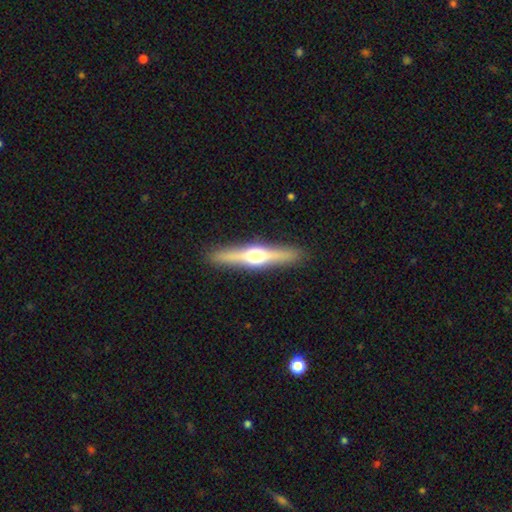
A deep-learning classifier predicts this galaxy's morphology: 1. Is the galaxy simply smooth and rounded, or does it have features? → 69% featured or disk, 25% smooth, 6% star or artifact.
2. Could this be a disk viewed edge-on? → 96% yes, 4% no.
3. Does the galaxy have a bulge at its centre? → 95% rounded, 3% boxy, 2% none.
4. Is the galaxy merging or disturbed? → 91% none, 6% minor disturbance, 2% major disturbance, 1% merger.